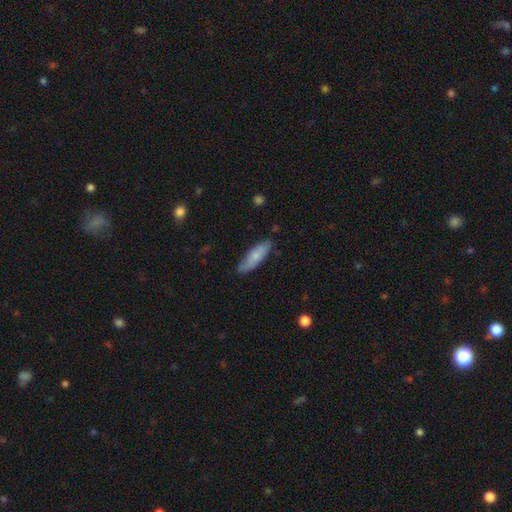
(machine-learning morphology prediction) Smooth or featured?
  - smooth: 73% *
  - featured or disk: 21%
  - star or artifact: 6%
How rounded?
  - cigar-shaped: 49% * (tied)
  - in between: 49% * (tied)
  - round: 2%
Merging?
  - none: 80% *
  - minor disturbance: 16%
  - major disturbance: 3%
  - merger: 1%